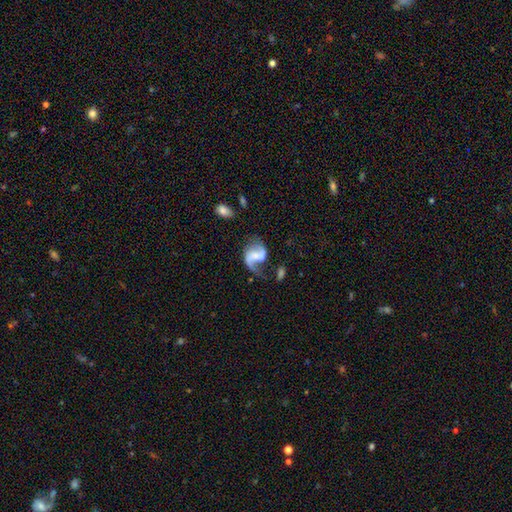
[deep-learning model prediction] This appears to be a featured or disk galaxy (82%) with a weak bar (40%), 2 (78%) loose (64%) spiral arms (93%) and no central bulge (41%). Merging: none (48%).